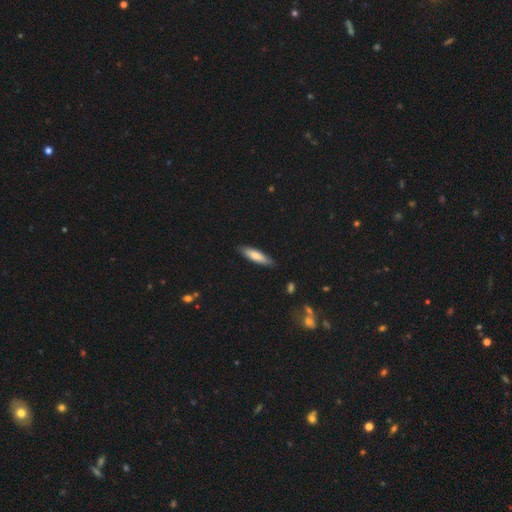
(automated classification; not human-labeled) Smooth or featured: smooth — 73% (featured or disk — 21%)
How rounded: cigar-shaped — 70% (in between — 28%)
Merging: none — 86% (minor disturbance — 11%)